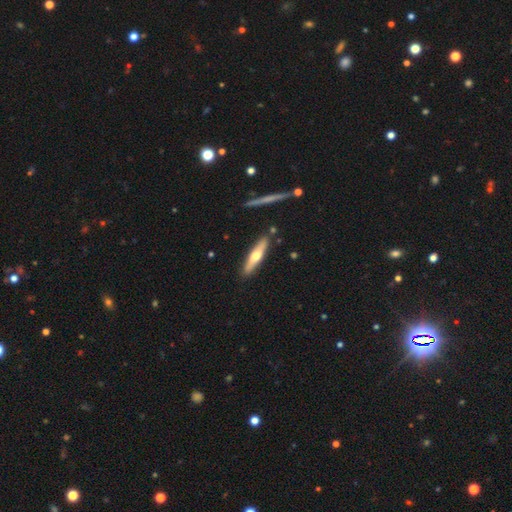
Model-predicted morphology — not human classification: A featured or disk galaxy (48%).

Vote fractions:
- Smooth or featured? featured or disk: 48% / smooth: 47% / star or artifact: 5%
- Merging? none: 86% / minor disturbance: 9% / merger: 3% / major disturbance: 2%